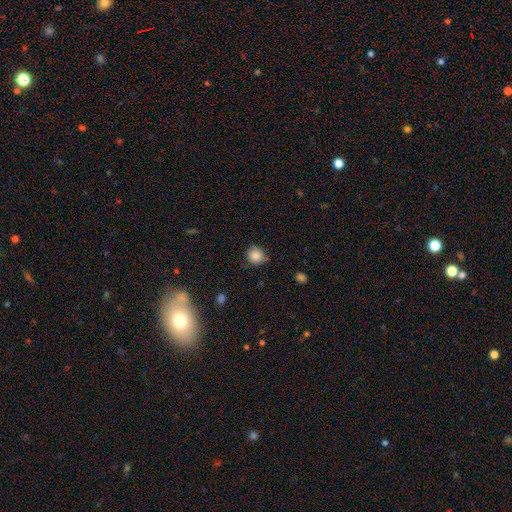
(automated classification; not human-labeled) Smooth or featured?
  - smooth: 83% *
  - star or artifact: 10%
  - featured or disk: 6%
How rounded?
  - round: 88% *
  - in between: 11%
  - cigar-shaped: 1%
Merging?
  - none: 74% *
  - minor disturbance: 20%
  - major disturbance: 4%
  - merger: 2%